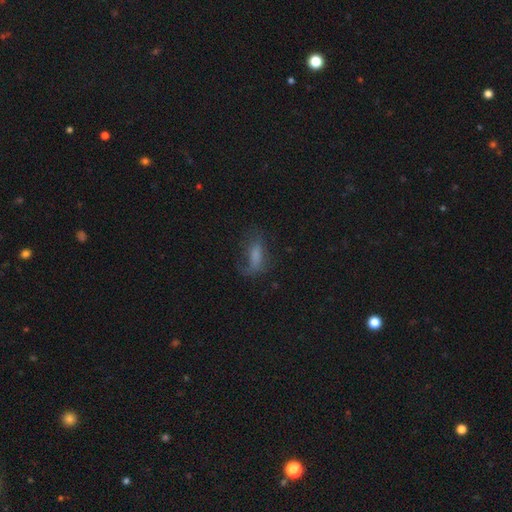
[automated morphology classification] type=smooth (57%); roundness=in between (70%); merging=none (43%).